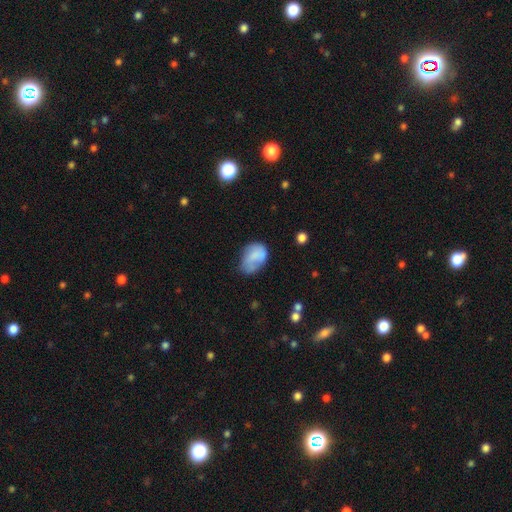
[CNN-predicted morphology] Overall: smooth (72%). How rounded: in between (79%). Merging: none (39%; minor disturbance 37%).